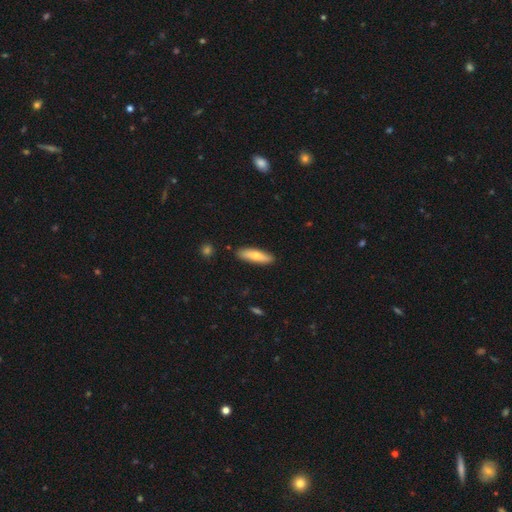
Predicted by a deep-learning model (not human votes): Smooth or featured? smooth (71%)
How rounded? cigar-shaped (63%)
Merging? none (88%)